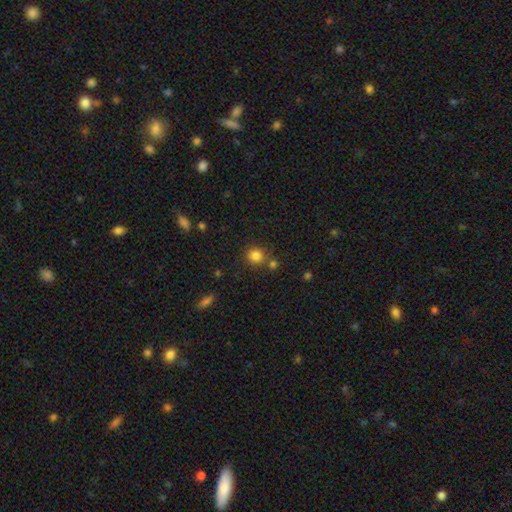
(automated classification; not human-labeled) This is clearly a smooth galaxy (83%). How rounded: clearly round (85%). Merging: likely none (71%).